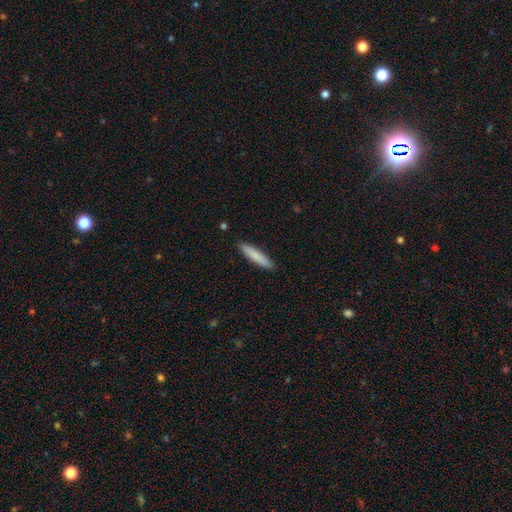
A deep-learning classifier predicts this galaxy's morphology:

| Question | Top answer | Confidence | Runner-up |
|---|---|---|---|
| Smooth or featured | smooth | 83% | featured or disk (12%) |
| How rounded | cigar-shaped | 88% | in between (11%) |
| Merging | none | 90% | minor disturbance (7%) |